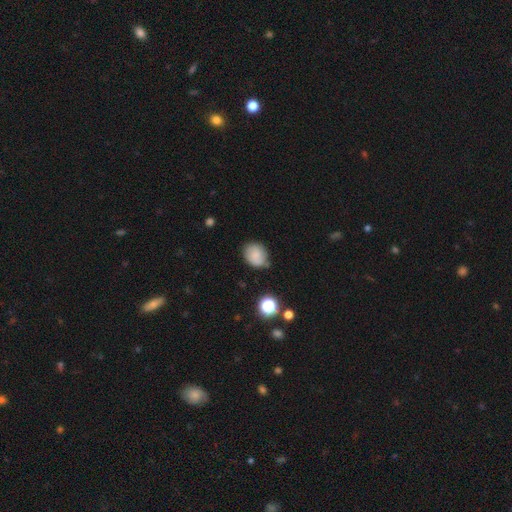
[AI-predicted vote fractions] smooth_or_featured: smooth (p=0.78) [alt: featured or disk p=0.12]
how_rounded: round (p=0.53) [alt: in between p=0.46]
merging: none (p=0.66) [alt: minor disturbance p=0.25]